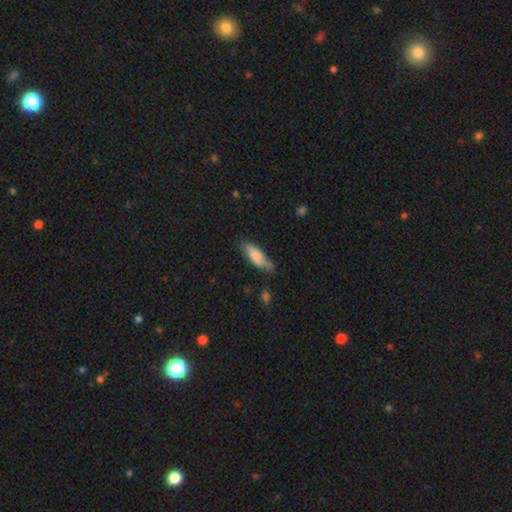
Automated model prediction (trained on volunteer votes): A smooth galaxy with no disk features (71%) that is in between round and cigar-shaped (55%). Merging: none (65%).